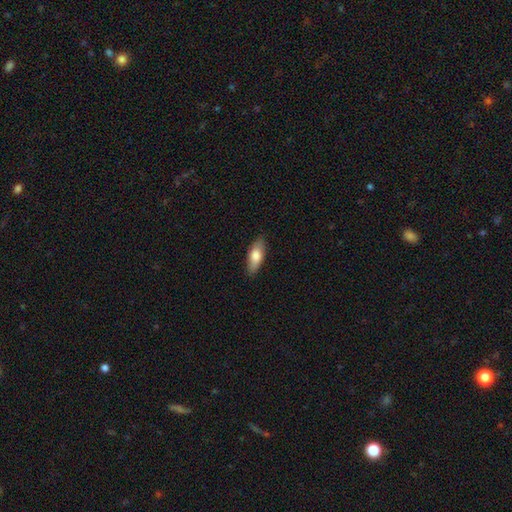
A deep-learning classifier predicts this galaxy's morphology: smooth_or_featured: smooth (p=0.77) [alt: featured or disk p=0.17]
how_rounded: in between (p=0.74) [alt: cigar-shaped p=0.23]
merging: none (p=0.86) [alt: minor disturbance p=0.11]